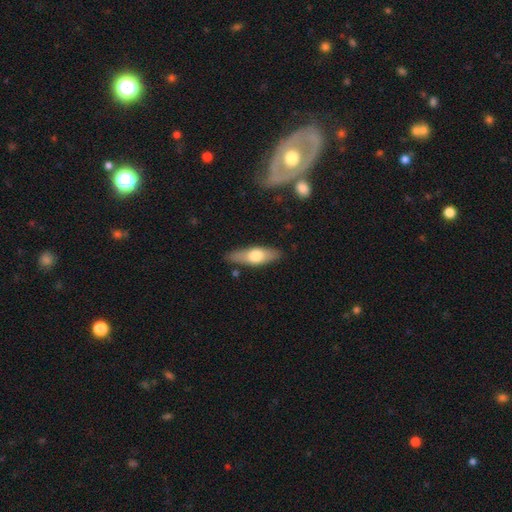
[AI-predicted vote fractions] Overall: smooth (59%; featured or disk 36%). How rounded: in between (52%; cigar-shaped 45%). Merging: none (84%).